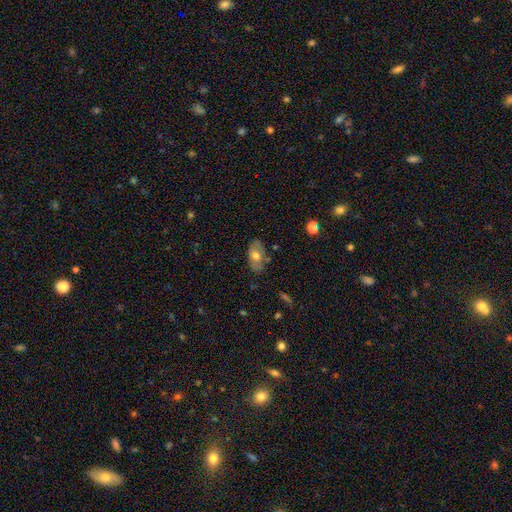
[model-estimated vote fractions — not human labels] Smooth or featured? Predicted: smooth (p=0.56). How rounded? Predicted: in between (p=0.90). Merging? Predicted: none (p=0.76).